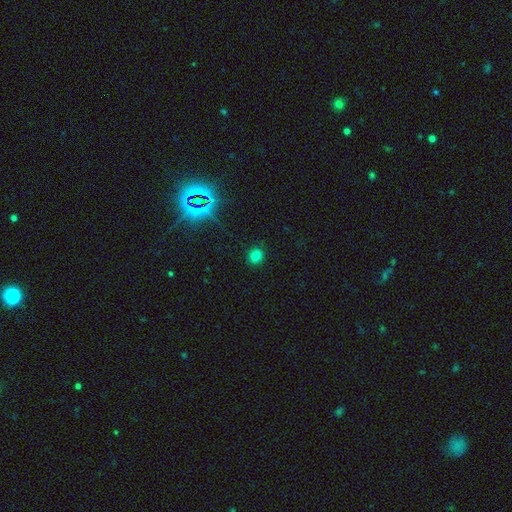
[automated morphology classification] Q: Smooth or featured?
A: smooth (77%); runner-up: star or artifact (18%)
Q: How rounded?
A: round (82%); runner-up: in between (17%)
Q: Merging?
A: none (89%); runner-up: minor disturbance (7%)